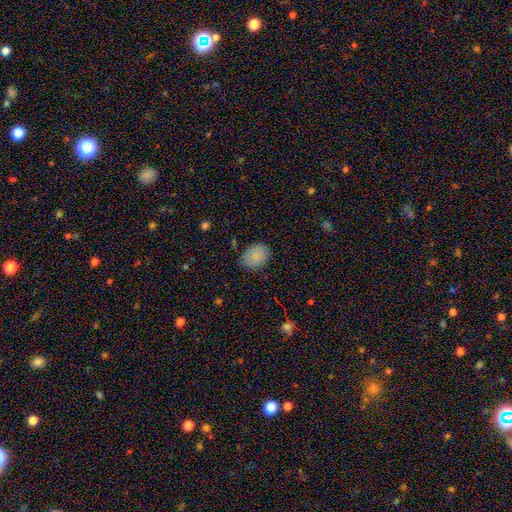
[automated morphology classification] smooth 86%, star or artifact 9%, featured or disk 6%. Down the decision tree: how rounded — in between (59%); merging — none (76%).